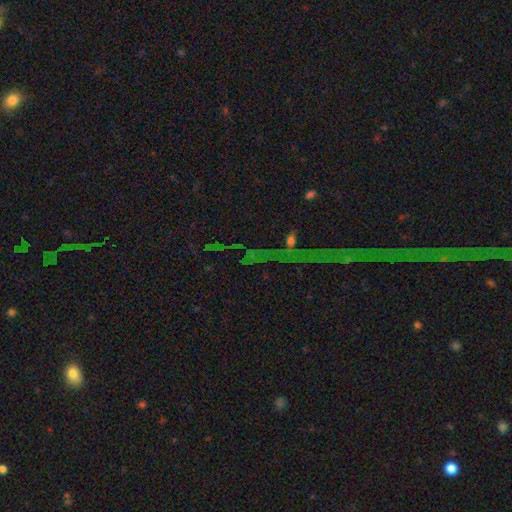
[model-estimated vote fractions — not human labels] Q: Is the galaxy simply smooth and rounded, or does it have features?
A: star or artifact — 78%.